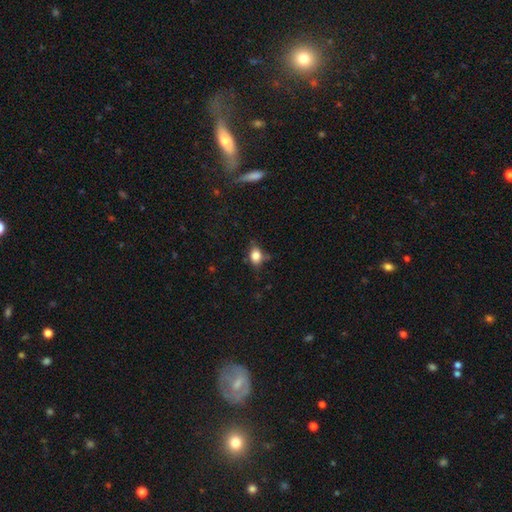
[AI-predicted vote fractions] Smooth or featured? smooth (81%)
How rounded? in between (65%)
Merging? none (62%)